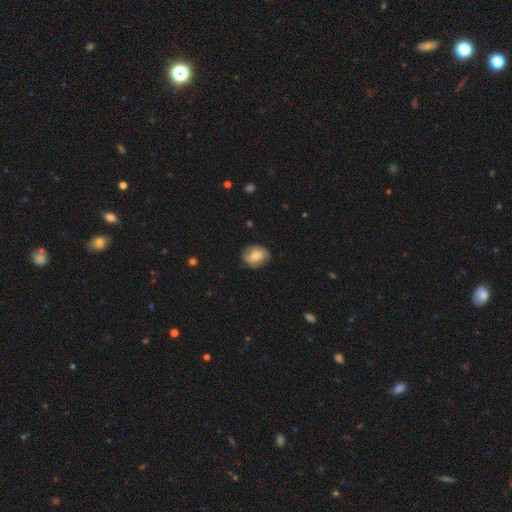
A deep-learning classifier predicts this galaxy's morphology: A smooth galaxy with no disk features (65%) that is round (51%).

Vote fractions:
- Smooth or featured? smooth: 65% / featured or disk: 28% / star or artifact: 8%
- How rounded? round: 51% / in between: 48% / cigar-shaped: 1%
- Merging? none: 78% / minor disturbance: 17% / major disturbance: 4% / merger: 1%